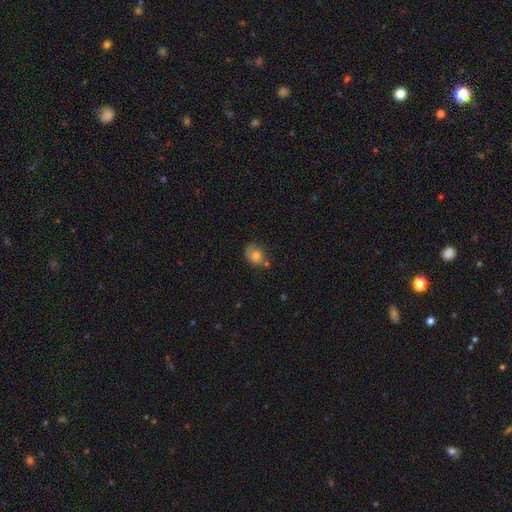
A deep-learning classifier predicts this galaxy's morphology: A smooth galaxy with no disk features (72%) that is round (58%).

Vote fractions:
- Smooth or featured? smooth: 72% / featured or disk: 17% / star or artifact: 11%
- How rounded? round: 58% / in between: 41% / cigar-shaped: 1%
- Merging? none: 54% / minor disturbance: 26% / merger: 11% / major disturbance: 9%